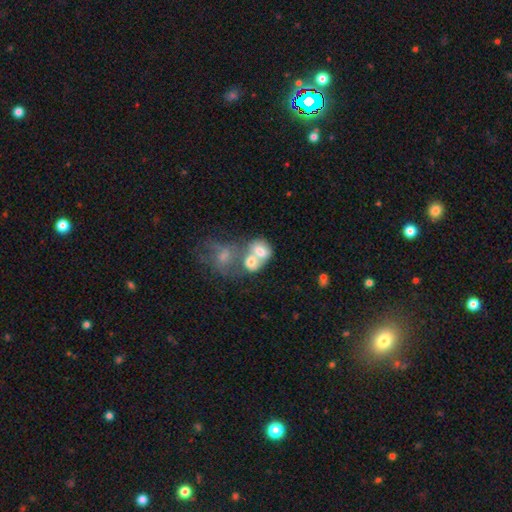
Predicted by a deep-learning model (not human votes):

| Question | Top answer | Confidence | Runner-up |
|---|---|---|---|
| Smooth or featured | smooth | 57% | featured or disk (32%) |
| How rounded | in between | 56% | round (42%) |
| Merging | merger | 69% | none (16%) |